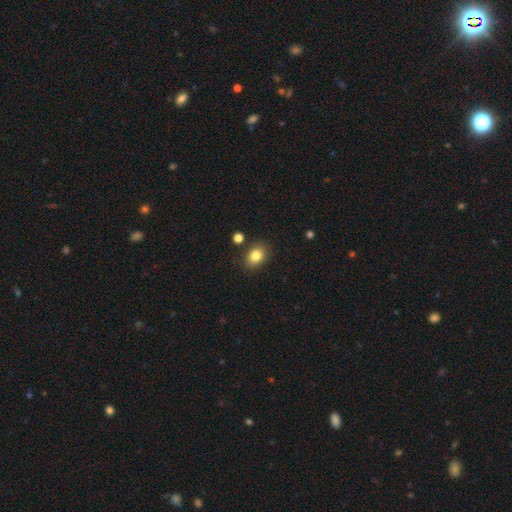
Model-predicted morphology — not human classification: smooth-or-featured: smooth: 83% | star or artifact: 10% | featured or disk: 7%
  how-rounded: in between: 65% | round: 34% | cigar-shaped: 1%
  merging: none: 83% | minor disturbance: 10% | merger: 4% | major disturbance: 3%